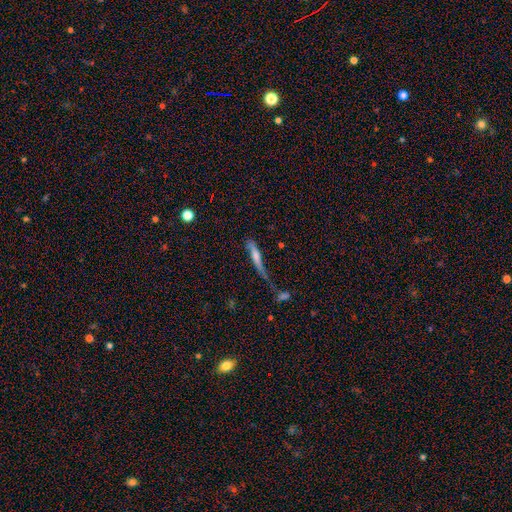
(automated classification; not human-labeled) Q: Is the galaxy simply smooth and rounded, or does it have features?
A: smooth — 52%.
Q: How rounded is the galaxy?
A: cigar-shaped — 88%.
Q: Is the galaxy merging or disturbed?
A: none — 33%.